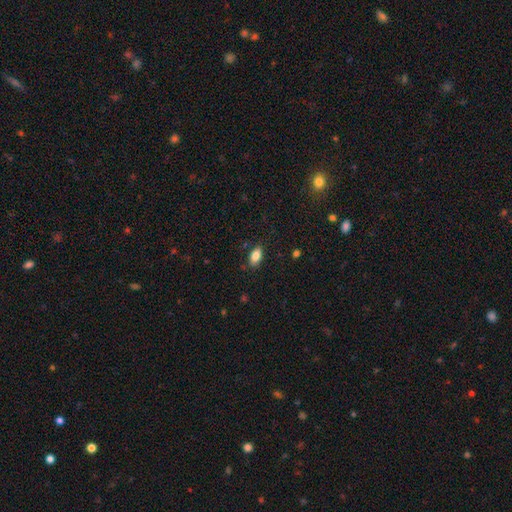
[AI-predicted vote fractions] A smooth galaxy with no disk features (84%) that is in between round and cigar-shaped (90%).

Vote fractions:
- Smooth or featured? smooth: 84% / star or artifact: 8% / featured or disk: 8%
- How rounded? in between: 90% / round: 5% / cigar-shaped: 5%
- Merging? none: 83% / minor disturbance: 13% / major disturbance: 3% / merger: 1%